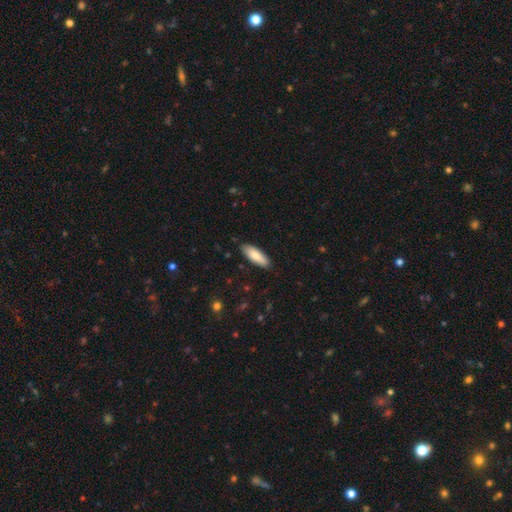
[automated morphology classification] type=smooth (82%); roundness=in between (65%); merging=none (86%).